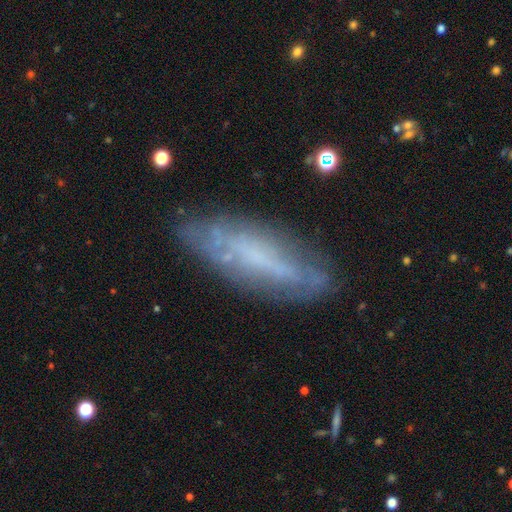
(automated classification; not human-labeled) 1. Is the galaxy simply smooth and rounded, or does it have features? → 54% featured or disk, 38% smooth, 9% star or artifact.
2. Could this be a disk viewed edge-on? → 66% no, 34% yes.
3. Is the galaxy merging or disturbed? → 72% none, 20% minor disturbance, 6% major disturbance, 2% merger.